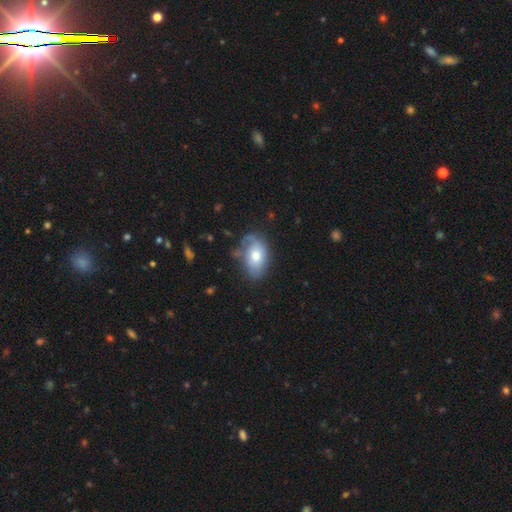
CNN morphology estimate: Smooth or featured: smooth — 59% (featured or disk — 33%)
How rounded: in between — 88% (round — 10%)
Merging: none — 54% (minor disturbance — 29%)